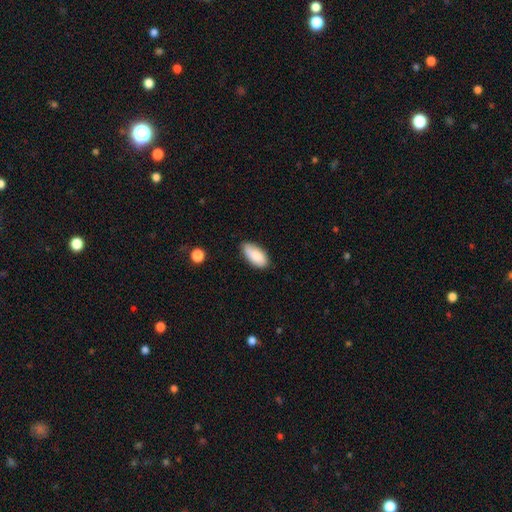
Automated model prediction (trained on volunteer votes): A smooth galaxy with no disk features (86%) that is in between round and cigar-shaped (91%). Merging: none (74%).